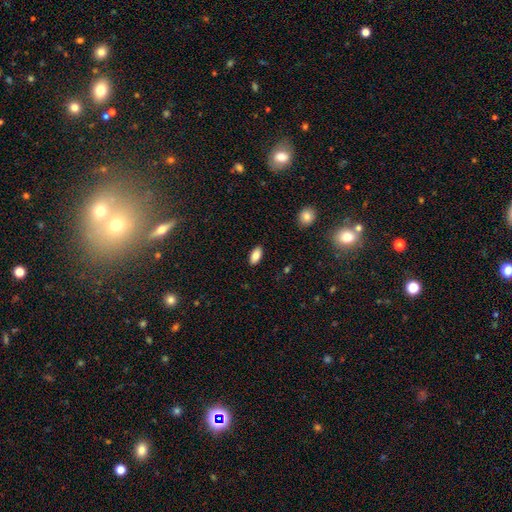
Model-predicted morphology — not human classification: smooth 85%, star or artifact 8%, featured or disk 7%. Down the decision tree: how rounded — in between (92%); merging — none (89%).